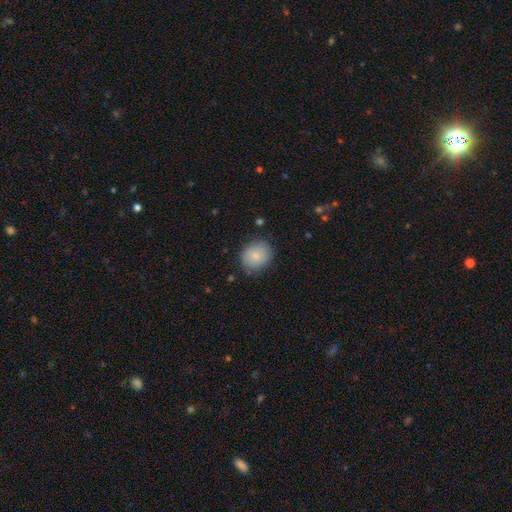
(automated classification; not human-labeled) Smooth or featured? smooth (83%)
How rounded? round (71%)
Merging? none (79%)